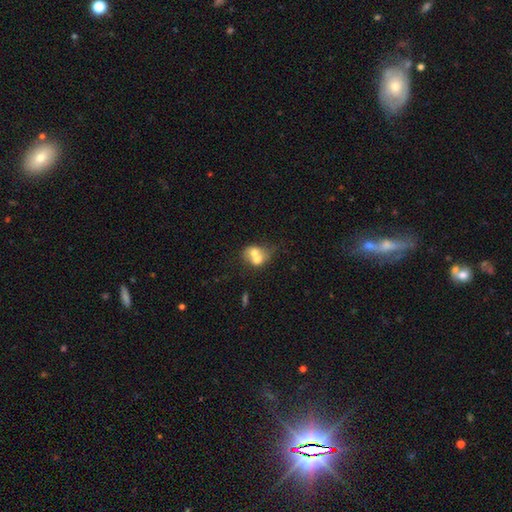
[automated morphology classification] A smooth galaxy with no disk features (63%) that is round (53%).

Vote fractions:
- Smooth or featured? smooth: 63% / featured or disk: 28% / star or artifact: 9%
- How rounded? round: 53% / in between: 46% / cigar-shaped: 1%
- Merging? merger: 70% / none: 19% / minor disturbance: 7% / major disturbance: 4%